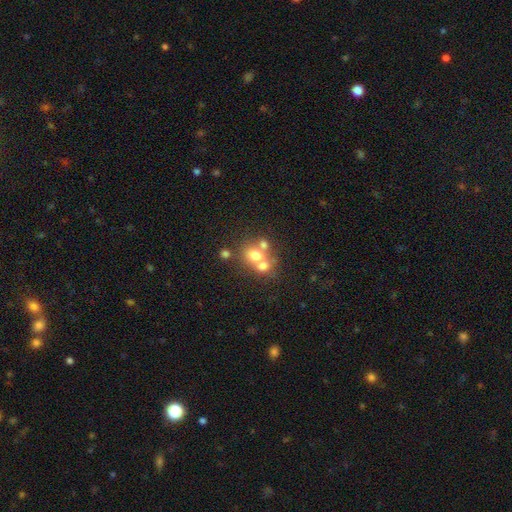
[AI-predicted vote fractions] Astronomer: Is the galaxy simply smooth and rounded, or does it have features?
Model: smooth — 64%.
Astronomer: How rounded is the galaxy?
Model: round — 70%.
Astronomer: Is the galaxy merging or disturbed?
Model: merger — 56% (runner-up: none, 33%).